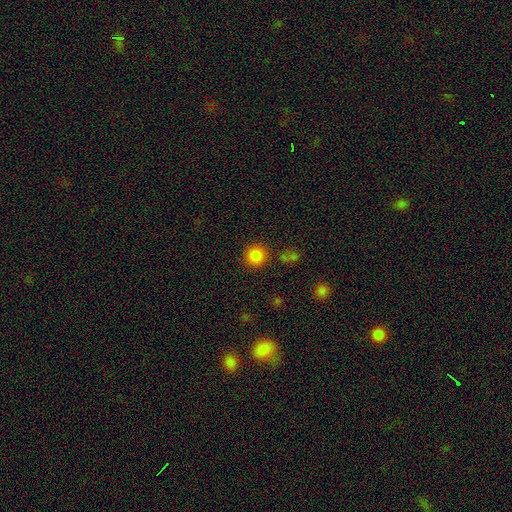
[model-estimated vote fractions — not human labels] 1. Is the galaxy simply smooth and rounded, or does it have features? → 84% smooth, 12% star or artifact, 4% featured or disk.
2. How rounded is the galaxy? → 94% round, 5% in between, 1% cigar-shaped.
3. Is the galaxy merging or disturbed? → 87% none, 6% minor disturbance, 4% merger, 3% major disturbance.